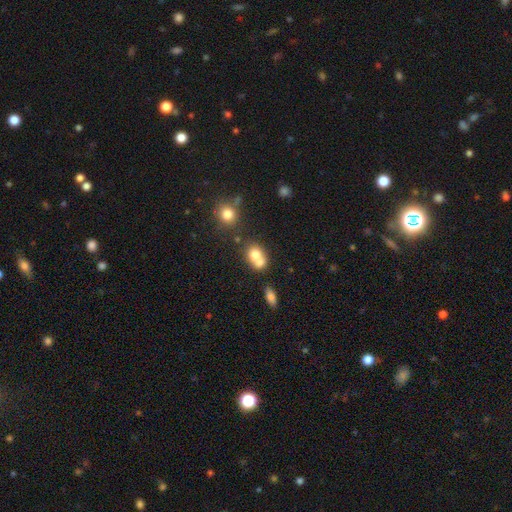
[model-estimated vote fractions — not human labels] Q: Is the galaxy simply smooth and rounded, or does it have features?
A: smooth — 73%.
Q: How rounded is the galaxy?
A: round — 59%.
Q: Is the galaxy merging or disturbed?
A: merger — 60%.